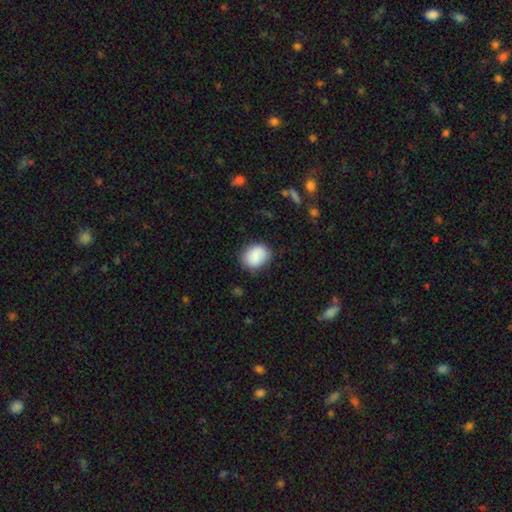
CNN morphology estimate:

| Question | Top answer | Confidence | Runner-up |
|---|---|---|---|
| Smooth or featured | smooth | 82% | featured or disk (10%) |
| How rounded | round | 53% | in between (46%) |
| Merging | none | 78% | minor disturbance (16%) |